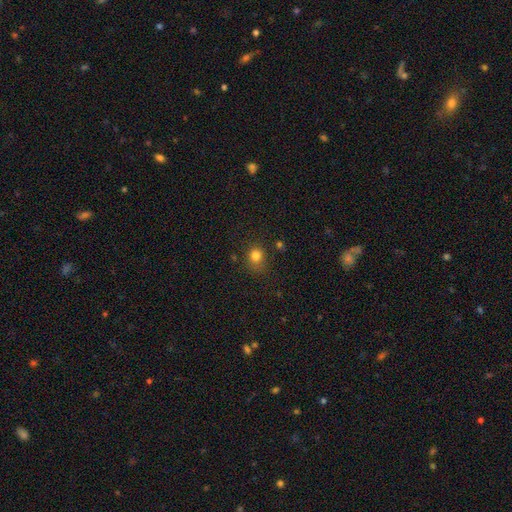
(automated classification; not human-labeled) Overall: smooth (80%). How rounded: round (78%). Merging: none (71%).